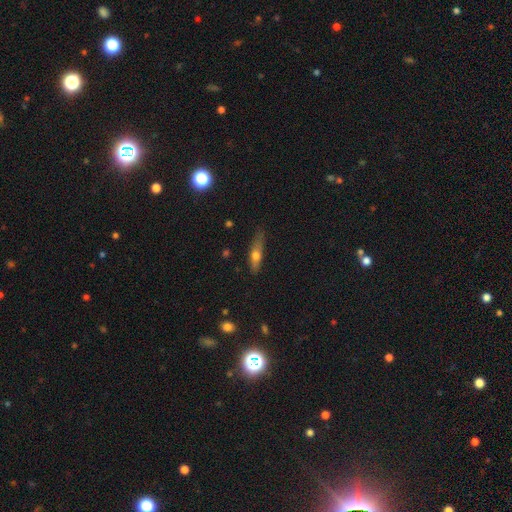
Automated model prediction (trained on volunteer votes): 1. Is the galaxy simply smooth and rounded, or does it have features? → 53% smooth, 40% featured or disk, 7% star or artifact.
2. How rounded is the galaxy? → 70% cigar-shaped, 27% in between, 3% round.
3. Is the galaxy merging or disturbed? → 72% none, 22% minor disturbance, 5% major disturbance, 2% merger.